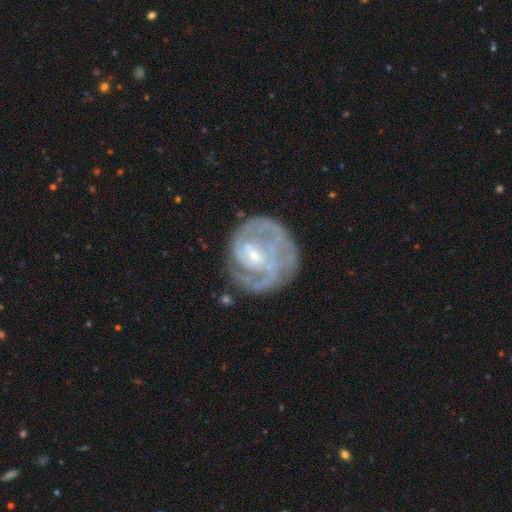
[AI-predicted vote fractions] This appears to be a featured or disk galaxy (83%) with a weak bar (46%), can't tell (30%, tied with 2) tight (57%) spiral arms (91%) and a small central bulge (70%). Merging: none (61%).